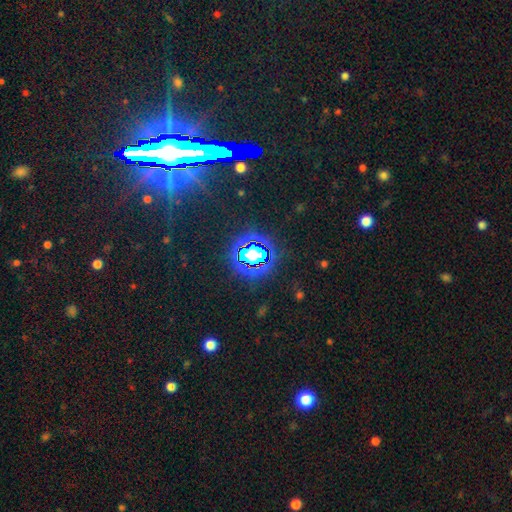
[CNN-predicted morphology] type=star or artifact (82%).